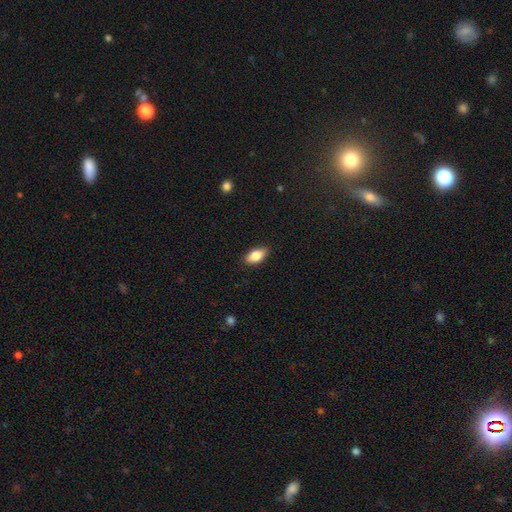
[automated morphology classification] Smooth or featured: smooth — 82% (featured or disk — 11%)
How rounded: in between — 91% (cigar-shaped — 5%)
Merging: none — 87% (minor disturbance — 10%)